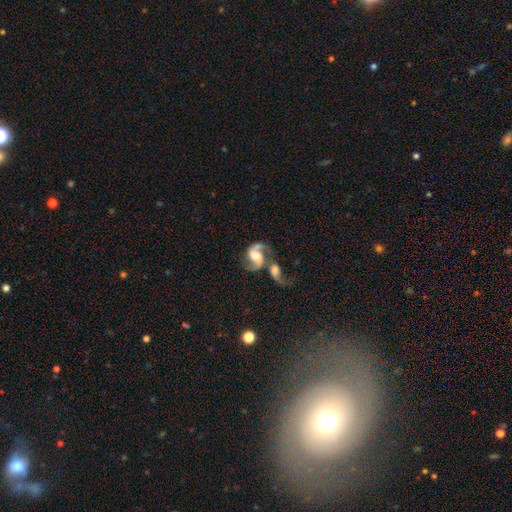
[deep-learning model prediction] smooth-or-featured: featured or disk: 86% | smooth: 8% | star or artifact: 6%
  disk-edge-on: no: 98% | yes: 2%
    bar: weak: 42% | no: 36% | strong: 22%
    has-spiral-arms: yes: 96% | no: 4%
      spiral-winding: medium: 45% | loose: 44% | tight: 10%
      spiral-arm-count: 2: 91% | 1: 3% | can't tell: 3% | 3: 1% | 4: 1% | more than 4: 1%
    bulge-size: moderate: 46% | large: 25% | small: 18% | none: 8% | dominant: 3%
  merging: merger: 55% | none: 27% | major disturbance: 9% | minor disturbance: 9%